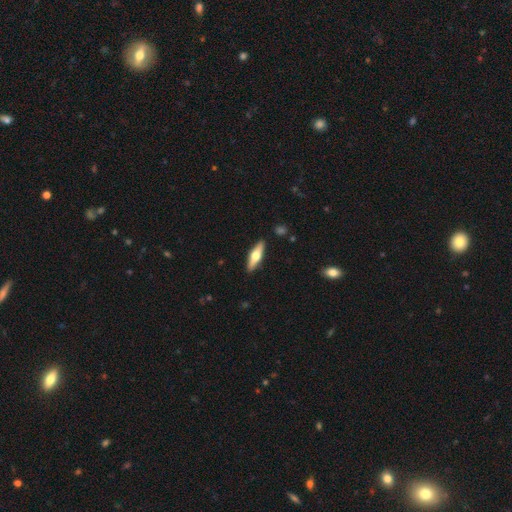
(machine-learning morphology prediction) A featured or disk galaxy (52%) viewed edge-on (92%). Merging: none (90%).